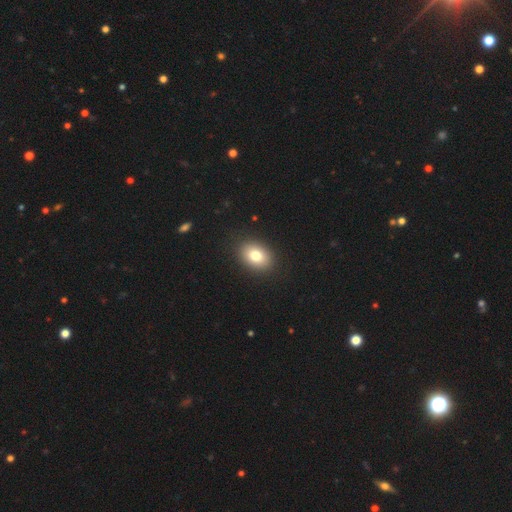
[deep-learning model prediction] The model was most divided on "how rounded": in between: 69%, round: 30%, cigar-shaped: 1%. More confident: merging — none (89%); smooth or featured — smooth (80%).